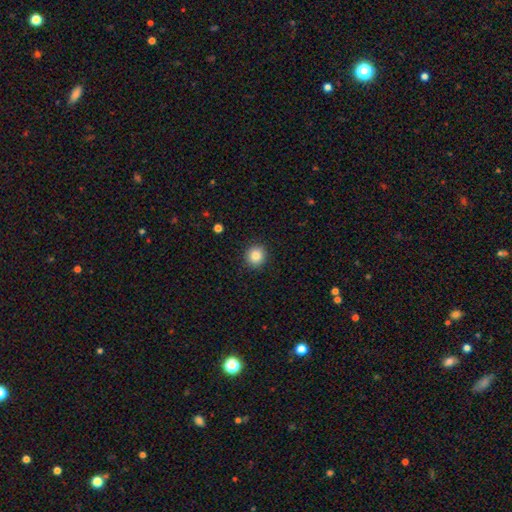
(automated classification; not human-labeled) Overall: smooth (84%). How rounded: round (88%). Merging: none (91%).